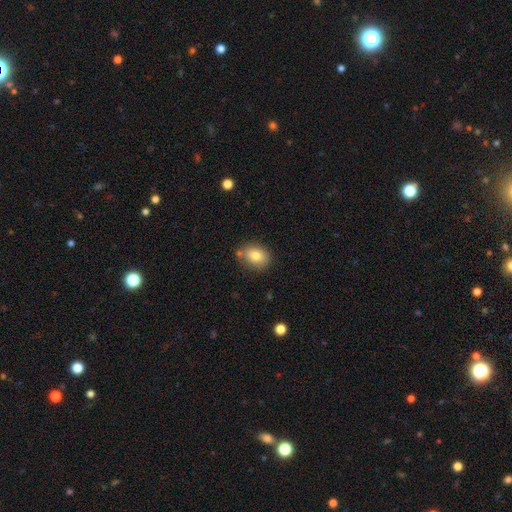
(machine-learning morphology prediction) smooth-or-featured: smooth: 79% | featured or disk: 12% | star or artifact: 9%
  how-rounded: in between: 63% | round: 36% | cigar-shaped: 1%
  merging: none: 75% | minor disturbance: 16% | merger: 6% | major disturbance: 3%